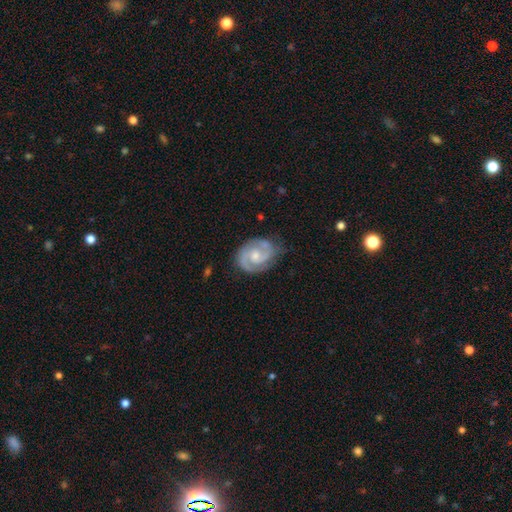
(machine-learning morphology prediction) Overall: featured or disk (87%). Edge-on disk: no (98%). Bar: no (56%; weak 38%). Spiral arms: yes (97%). Spiral arm count: 2 (88%). Spiral winding: tight (48%; medium 45%). Bulge size: moderate (48%; small 41%). Merging: none (75%).